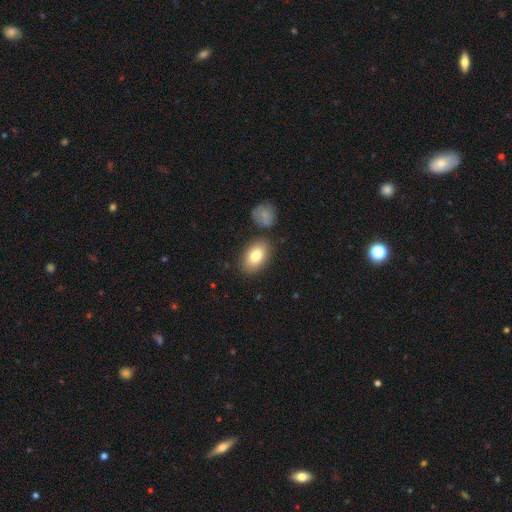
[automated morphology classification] A smooth galaxy with no disk features (80%) that is in between round and cigar-shaped (89%).

Vote fractions:
- Smooth or featured? smooth: 80% / featured or disk: 12% / star or artifact: 7%
- How rounded? in between: 89% / round: 9% / cigar-shaped: 2%
- Merging? none: 81% / minor disturbance: 11% / merger: 5% / major disturbance: 3%